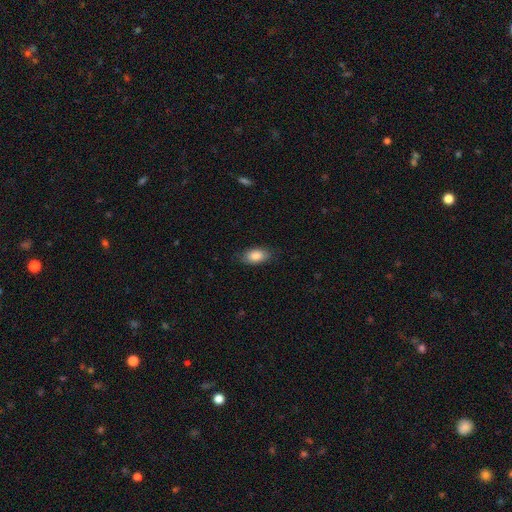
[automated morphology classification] A smooth galaxy with no disk features (85%) that is in between round and cigar-shaped (91%). Merging: none (80%).